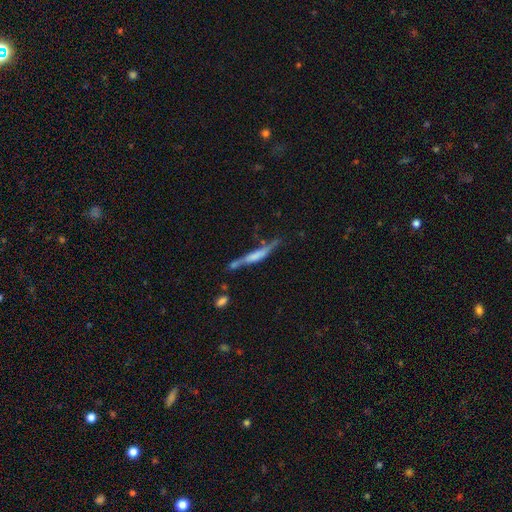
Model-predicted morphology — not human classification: Q: Smooth or featured?
A: featured or disk (55%); runner-up: smooth (39%)
Q: Edge-on disk?
A: yes (89%); runner-up: no (11%)
Q: Merging?
A: none (54%); runner-up: minor disturbance (24%)